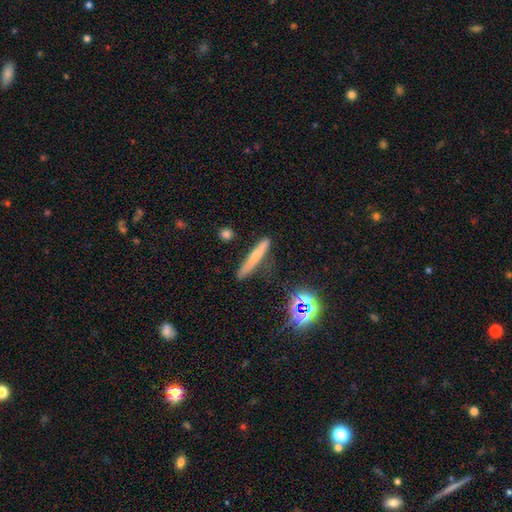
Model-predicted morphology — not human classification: A smooth galaxy with no disk features (61%) that is cigar-shaped (92%).

Vote fractions:
- Smooth or featured? smooth: 61% / featured or disk: 27% / star or artifact: 12%
- How rounded? cigar-shaped: 92% / in between: 5% / round: 3%
- Merging? none: 81% / minor disturbance: 13% / major disturbance: 3% / merger: 3%